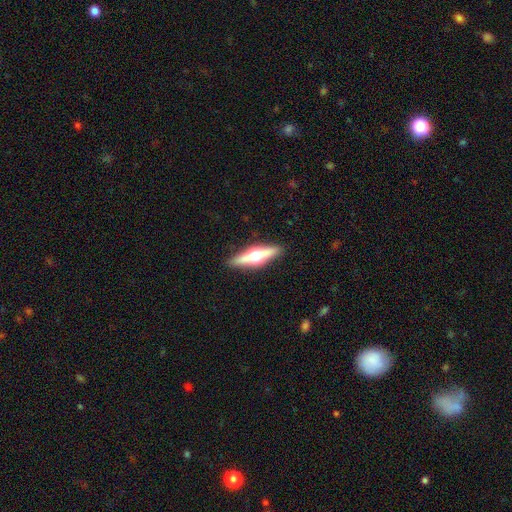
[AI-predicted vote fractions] featured or disk 70%, smooth 25%, star or artifact 6%. Down the decision tree: edge-on disk — yes (97%); edge-on bulge — rounded (96%); merging — none (91%).